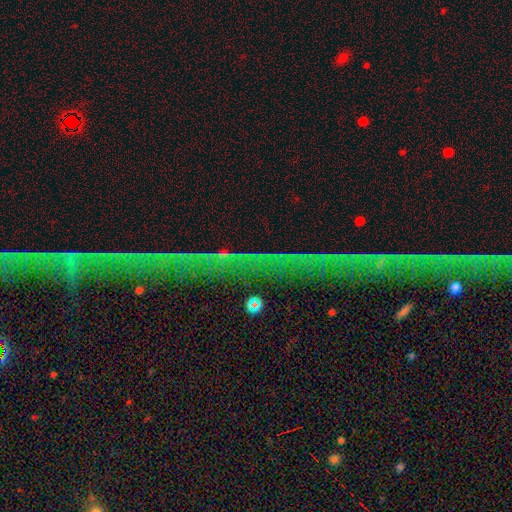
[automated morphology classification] Overall: star or artifact (74%).